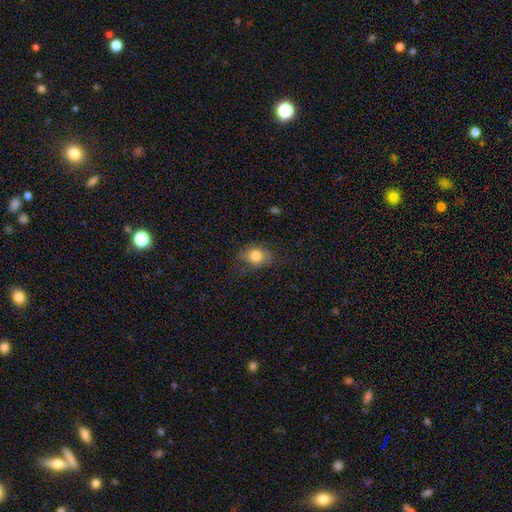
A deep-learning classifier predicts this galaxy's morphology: smooth_or_featured: smooth (p=0.80) [alt: featured or disk p=0.11]
how_rounded: in between (p=0.54) [alt: round p=0.44]
merging: none (p=0.64) [alt: minor disturbance p=0.24]